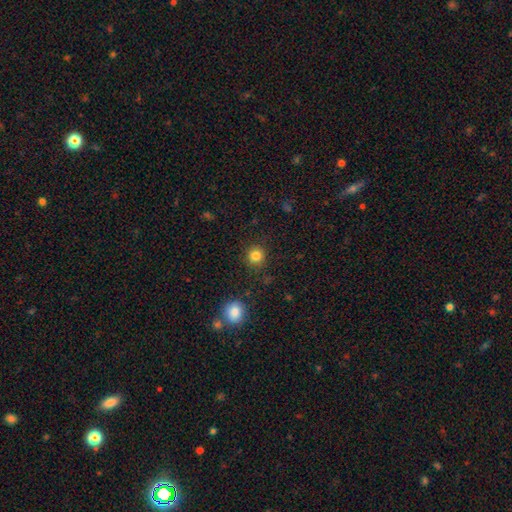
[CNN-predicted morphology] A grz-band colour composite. It shows a smooth galaxy with no disk features (84%) that is round (92%). Merging: none (89%).